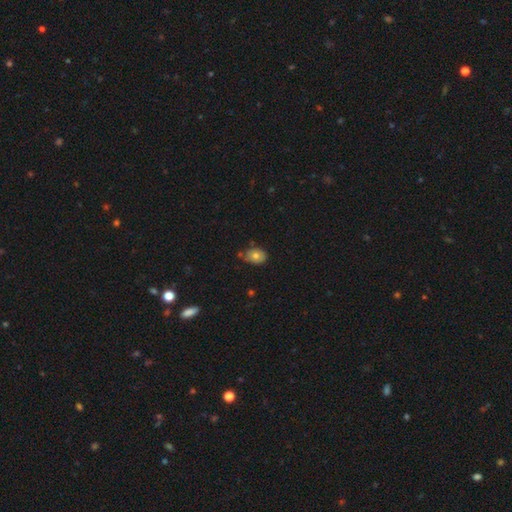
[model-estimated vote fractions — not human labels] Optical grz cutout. It shows a smooth galaxy with no disk features (74%) that is in between round and cigar-shaped (64%). Merging: none (59%).